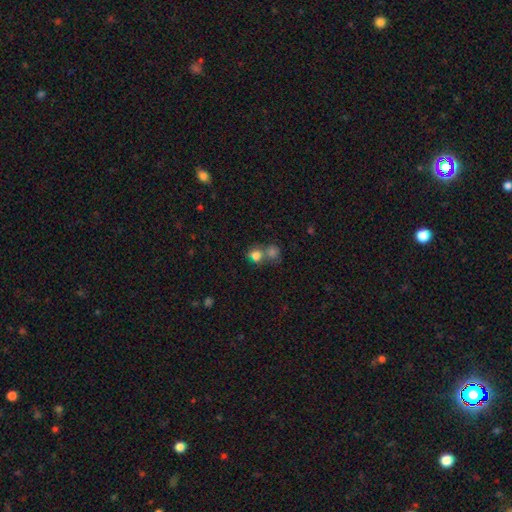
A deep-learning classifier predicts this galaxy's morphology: Smooth or featured?
  - smooth: 76% *
  - star or artifact: 14%
  - featured or disk: 10%
How rounded?
  - round: 70% *
  - in between: 29%
  - cigar-shaped: 1%
Merging?
  - merger: 47% *
  - none: 39%
  - minor disturbance: 9%
  - major disturbance: 5%